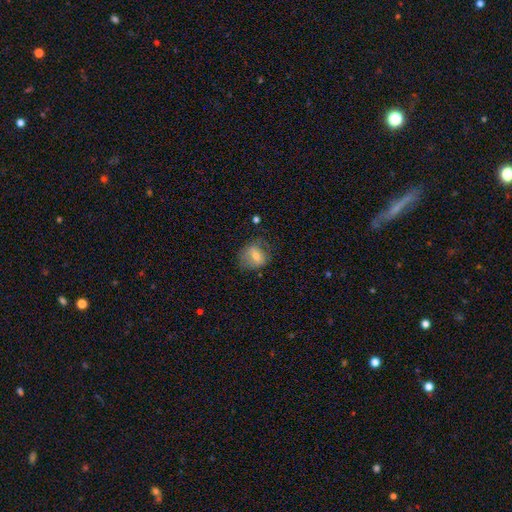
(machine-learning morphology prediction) Q: Smooth or featured?
A: smooth (63%); runner-up: featured or disk (28%)
Q: How rounded?
A: round (58%); runner-up: in between (41%)
Q: Merging?
A: none (59%); runner-up: minor disturbance (25%)